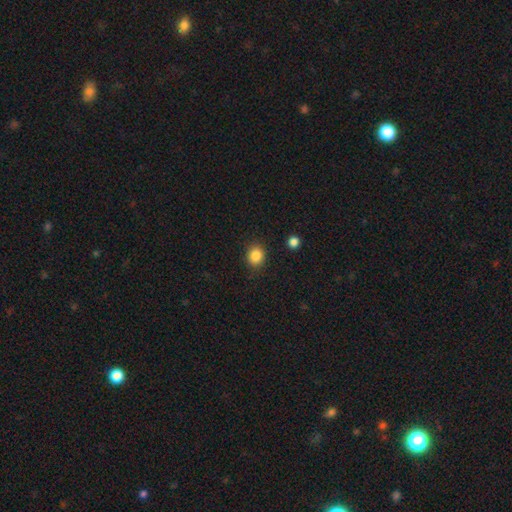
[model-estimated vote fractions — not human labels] This is clearly a smooth galaxy (86%). How rounded: likely round (71%). Merging: clearly none (88%).